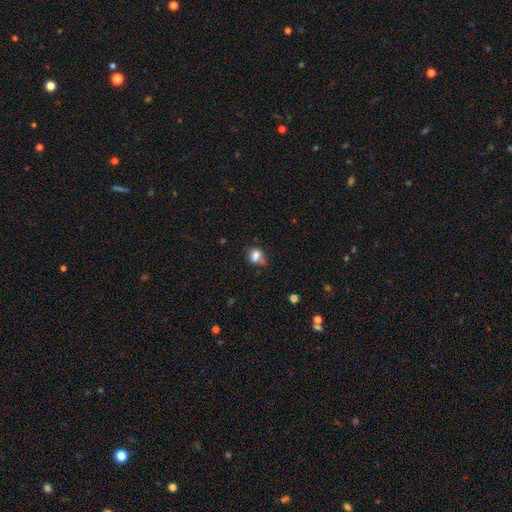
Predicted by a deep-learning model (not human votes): Overall: smooth (77%). How rounded: round (52%; in between 46%). Merging: none (45%; minor disturbance 25%).